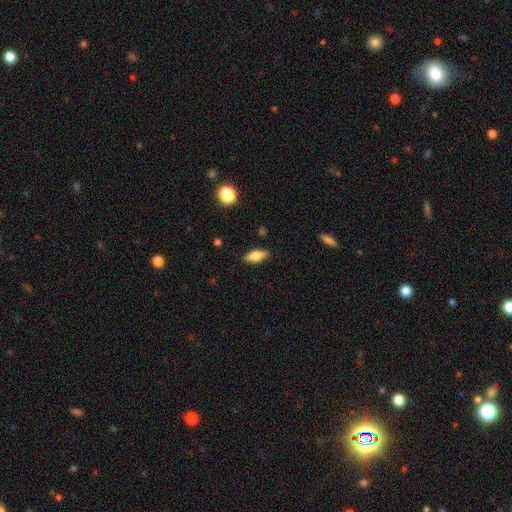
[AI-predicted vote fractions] Smooth or featured?
  - smooth: 67% *
  - featured or disk: 26%
  - star or artifact: 7%
How rounded?
  - in between: 74% *
  - cigar-shaped: 23%
  - round: 3%
Merging?
  - none: 87% *
  - minor disturbance: 10%
  - major disturbance: 2%
  - merger: 1%